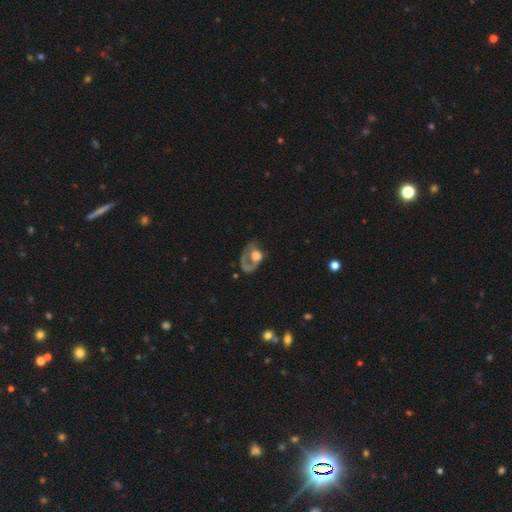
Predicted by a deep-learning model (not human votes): Overall: featured or disk (55%; smooth 37%). Edge-on disk: no (96%). Bar: no (84%). Spiral arms: yes (50%, tied with no). Bulge size: large (40%; moderate 37%). Merging: major disturbance (49%; none 29%).